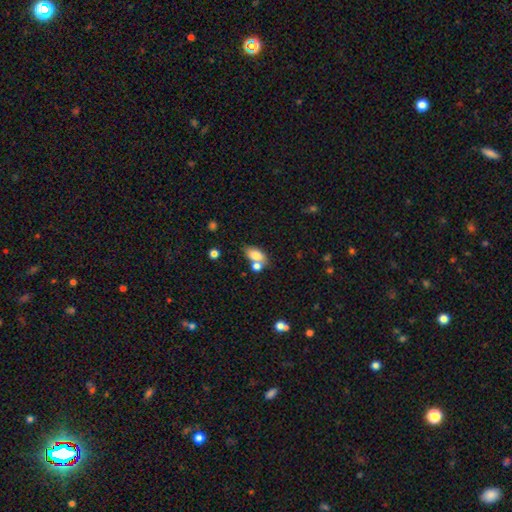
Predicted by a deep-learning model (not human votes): Q: Smooth or featured?
A: smooth (78%); runner-up: featured or disk (13%)
Q: How rounded?
A: in between (87%); runner-up: round (9%)
Q: Merging?
A: none (43%); runner-up: merger (39%)